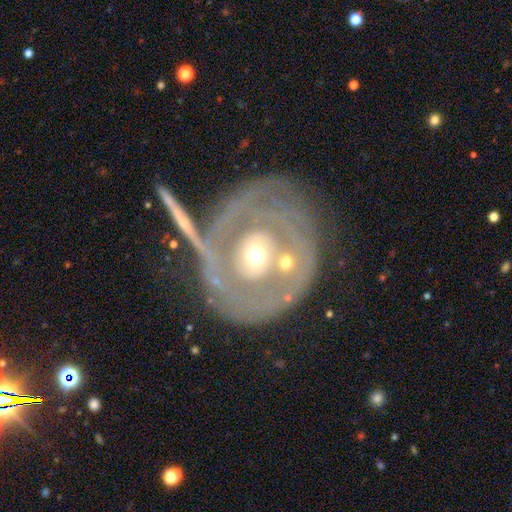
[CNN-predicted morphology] Smooth or featured? featured or disk (70%)
Edge-on disk? no (94%)
Bar? no (80%)
Spiral arms? no (56%)
Bulge size? moderate (66%)
Merging? none (51%)